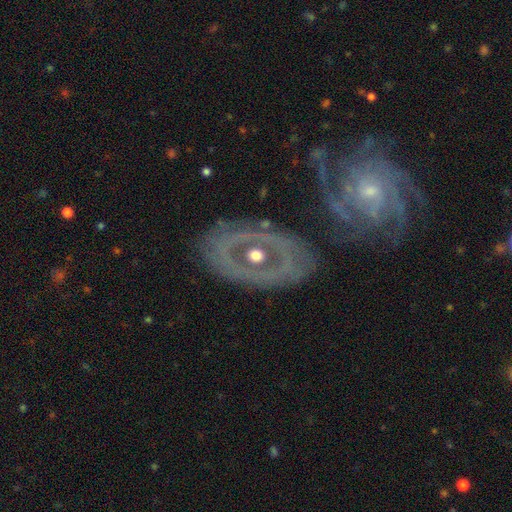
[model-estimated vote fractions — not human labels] The model was most divided on "bulge size": small: 55%, moderate: 40%, large: 2%, none: 2%, dominant: 1%. Remaining: edge-on disk — no (93%); smooth or featured — featured or disk (76%); spiral arms — yes (74%); merging — none (67%); spiral winding — tight (66%); bar — no (53%); spiral arm count — can't tell (46%).